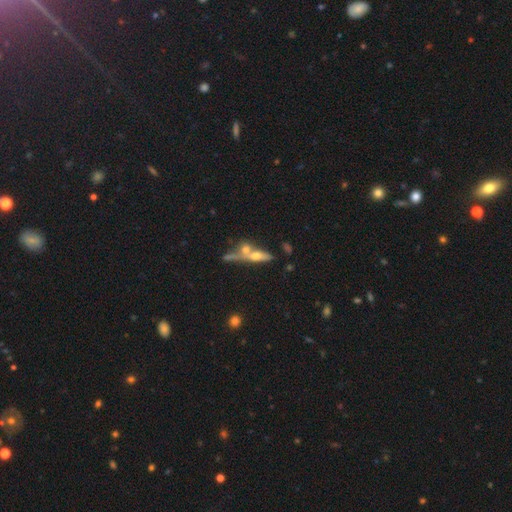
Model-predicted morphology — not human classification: A featured or disk galaxy (52%) viewed edge-on (72%).

Vote fractions:
- Smooth or featured? featured or disk: 52% / smooth: 38% / star or artifact: 10%
- Edge-on disk? yes: 72% / no: 28%
- Merging? merger: 42% / none: 39% / minor disturbance: 12% / major disturbance: 8%